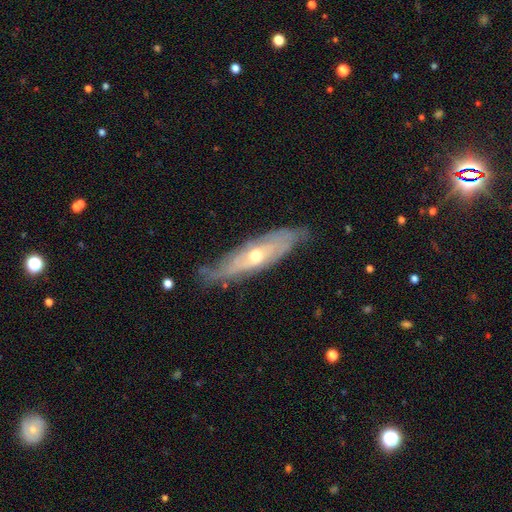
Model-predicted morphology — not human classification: smooth_or_featured: featured or disk (p=0.72) [alt: smooth p=0.23]
disk_edge_on: no (p=0.62) [alt: yes p=0.38]
merging: none (p=0.65) [alt: minor disturbance p=0.25]